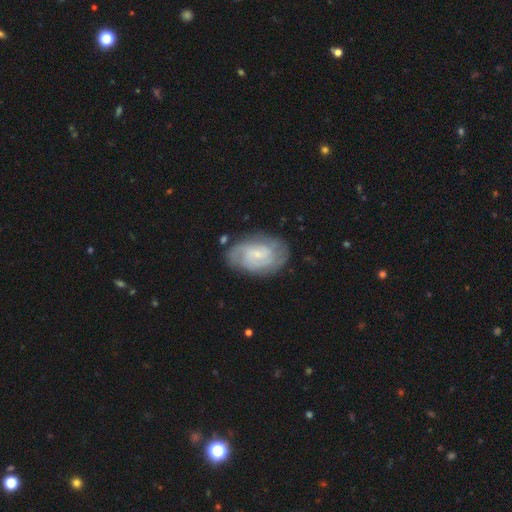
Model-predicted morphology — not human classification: Overall: featured or disk (67%). Edge-on disk: no (96%). Bar: no (57%; weak 36%). Spiral arms: yes (91%). Spiral arm count: can't tell (41%; 2 26%). Spiral winding: tight (63%; medium 29%). Bulge size: small (61%; moderate 27%). Merging: none (78%).